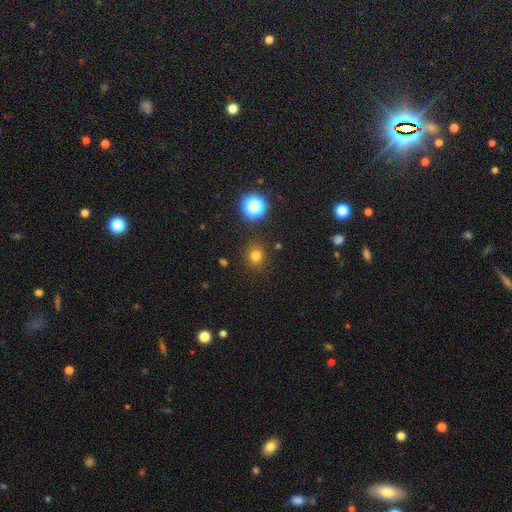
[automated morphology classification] A smooth galaxy with no disk features (75%) that is round (85%).

Vote fractions:
- Smooth or featured? smooth: 75% / star or artifact: 19% / featured or disk: 6%
- How rounded? round: 85% / in between: 14% / cigar-shaped: 1%
- Merging? none: 88% / minor disturbance: 7% / major disturbance: 3% / merger: 2%